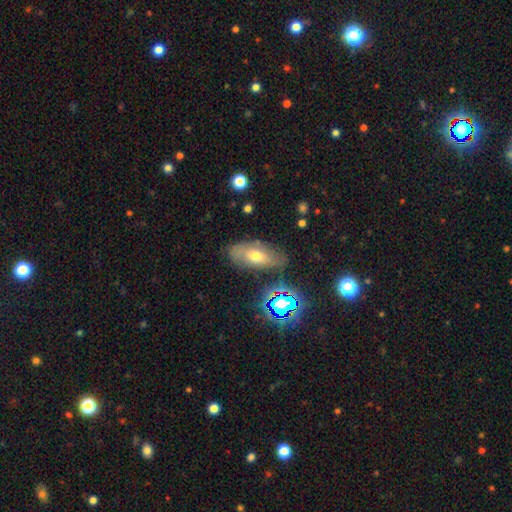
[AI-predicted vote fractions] Smooth or featured? smooth (54%)
How rounded? in between (83%)
Merging? none (70%)